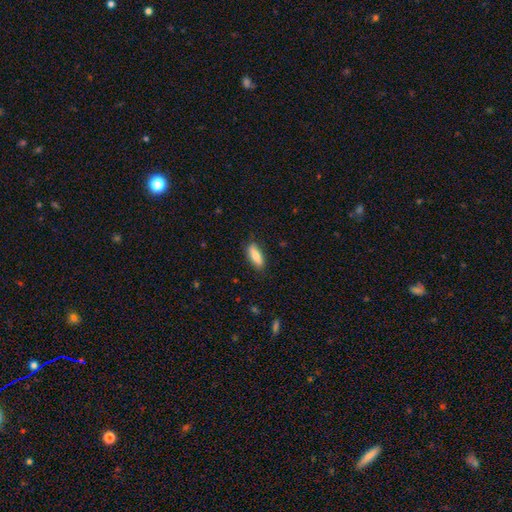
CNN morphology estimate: This appears to be a smooth galaxy with no disk features (76%) that is in between round and cigar-shaped (66%). Merging: none (84%).